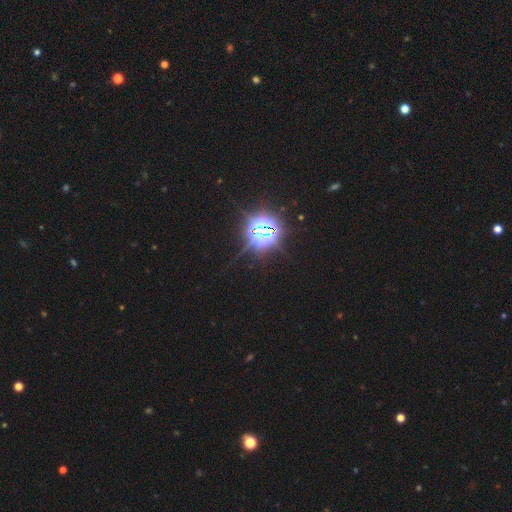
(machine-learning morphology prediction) star or artifact 81%, smooth 13%, featured or disk 5%.